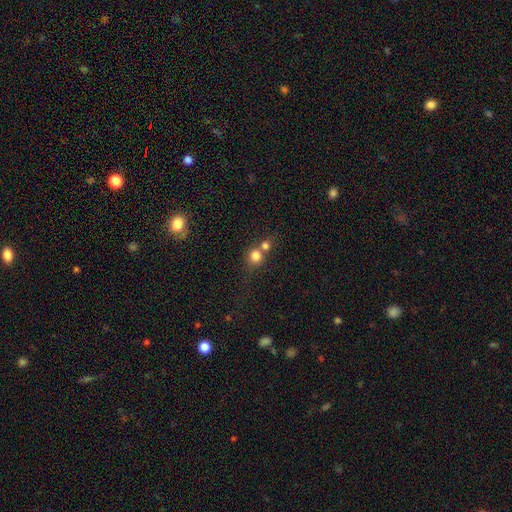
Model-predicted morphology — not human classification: smooth_or_featured: smooth (p=0.78) [alt: star or artifact p=0.12]
how_rounded: round (p=0.86) [alt: in between p=0.13]
merging: merger (p=0.50) [alt: none p=0.40]